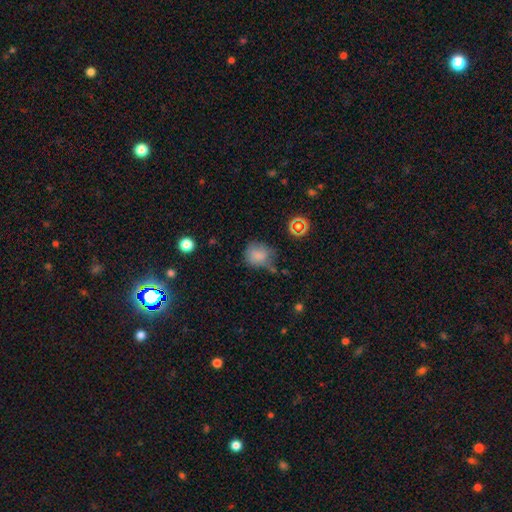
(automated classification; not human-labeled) A smooth galaxy with no disk features (76%) that is round (70%).

Vote fractions:
- Smooth or featured? smooth: 76% / star or artifact: 14% / featured or disk: 11%
- How rounded? round: 70% / in between: 29% / cigar-shaped: 1%
- Merging? none: 45% / minor disturbance: 33% / major disturbance: 15% / merger: 7%